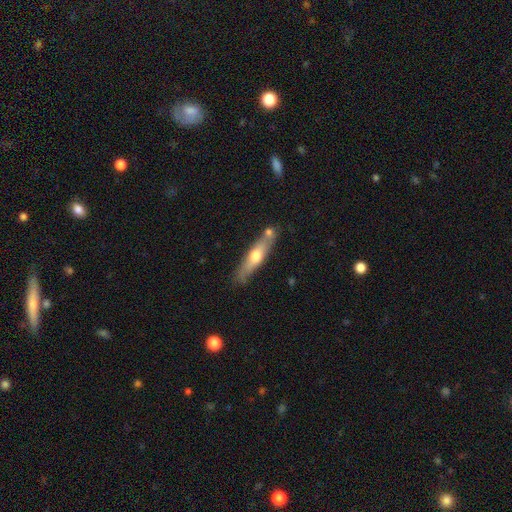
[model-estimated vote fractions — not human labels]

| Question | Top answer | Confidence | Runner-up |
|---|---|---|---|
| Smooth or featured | featured or disk | 48% | smooth (47%) |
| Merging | none | 70% | minor disturbance (16%) |